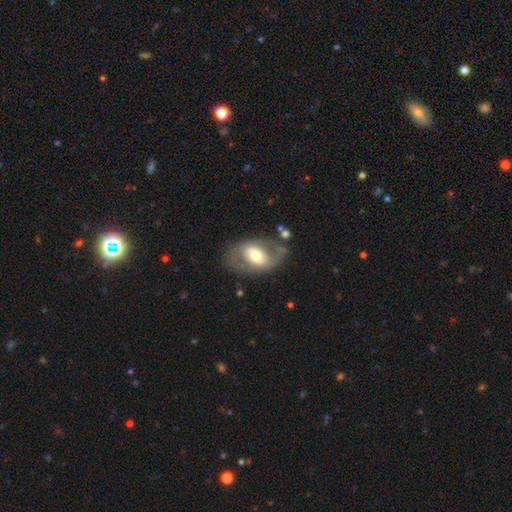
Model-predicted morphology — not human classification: featured or disk 59%, smooth 35%, star or artifact 6%. Down the decision tree: edge-on disk — no (93%); bar — no (36%); spiral arms — no (50%, tied with yes); bulge size — moderate (61%); merging — none (65%).